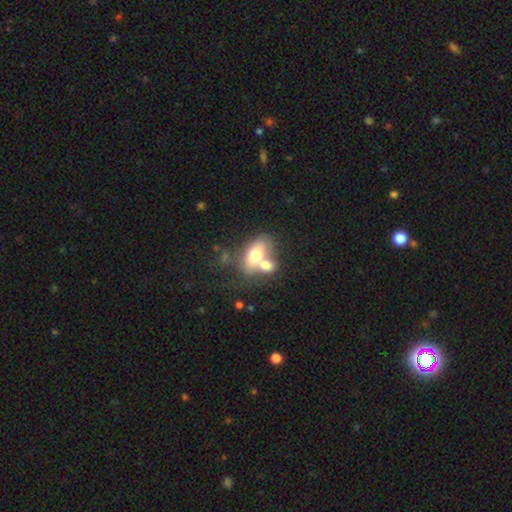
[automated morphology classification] Smooth or featured?
  - smooth: 66% *
  - featured or disk: 26%
  - star or artifact: 8%
How rounded?
  - in between: 85% *
  - round: 11%
  - cigar-shaped: 4%
Merging?
  - merger: 61% *
  - none: 24%
  - minor disturbance: 9%
  - major disturbance: 6%